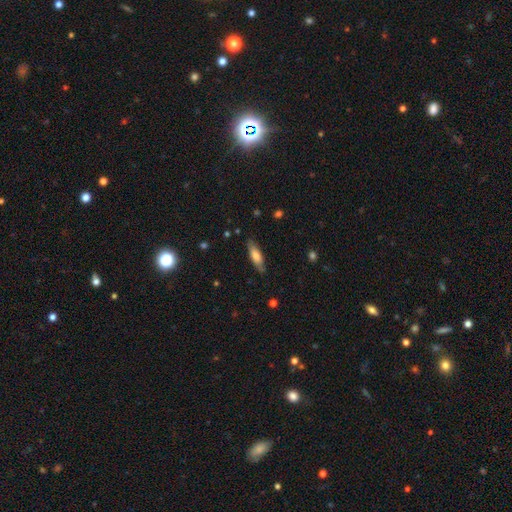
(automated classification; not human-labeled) smooth 68%, featured or disk 26%, star or artifact 6%. Down the decision tree: how rounded — cigar-shaped (52%); merging — none (83%).